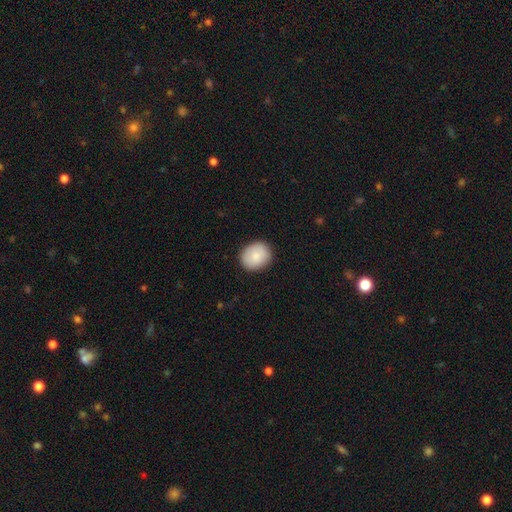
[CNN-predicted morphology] This appears to be a smooth galaxy with no disk features (85%) that is round (67%). Merging: none (88%).